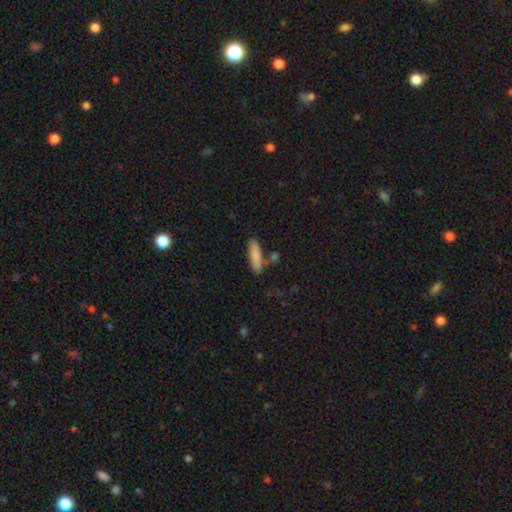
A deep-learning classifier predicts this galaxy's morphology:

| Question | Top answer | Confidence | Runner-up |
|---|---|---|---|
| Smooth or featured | smooth | 84% | featured or disk (9%) |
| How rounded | cigar-shaped | 61% | in between (37%) |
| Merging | none | 75% | minor disturbance (13%) |